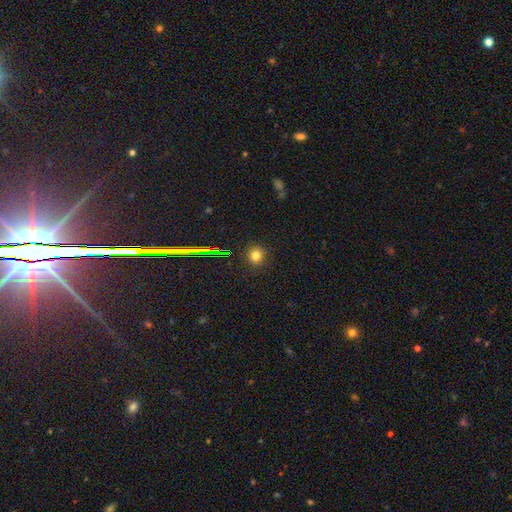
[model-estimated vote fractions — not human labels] Smooth or featured?
  - smooth: 75% *
  - star or artifact: 18%
  - featured or disk: 7%
How rounded?
  - round: 90% *
  - in between: 9%
  - cigar-shaped: 1%
Merging?
  - none: 89% *
  - minor disturbance: 7%
  - major disturbance: 3%
  - merger: 1%